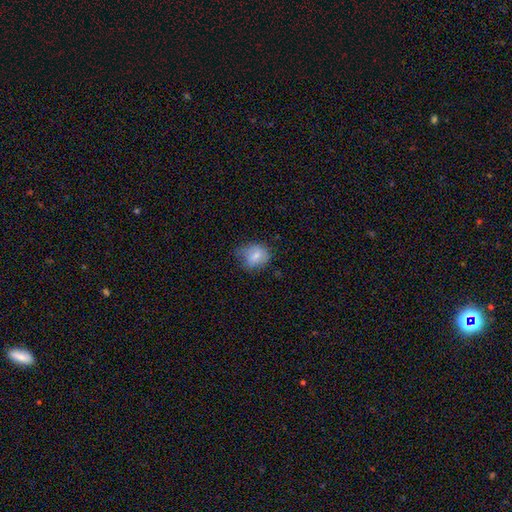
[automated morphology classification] Overall: smooth (77%). How rounded: round (55%; in between 44%). Merging: none (52%; minor disturbance 34%).